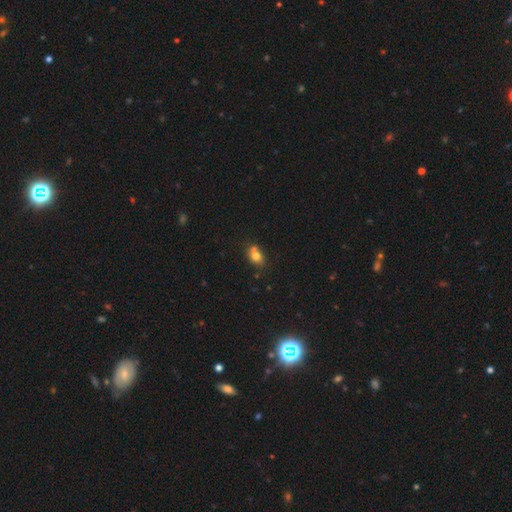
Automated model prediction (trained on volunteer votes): A smooth galaxy with no disk features (75%) that is in between round and cigar-shaped (59%).

Vote fractions:
- Smooth or featured? smooth: 75% / featured or disk: 13% / star or artifact: 11%
- How rounded? in between: 59% / round: 39% / cigar-shaped: 2%
- Merging? none: 51% / merger: 30% / minor disturbance: 15% / major disturbance: 4%